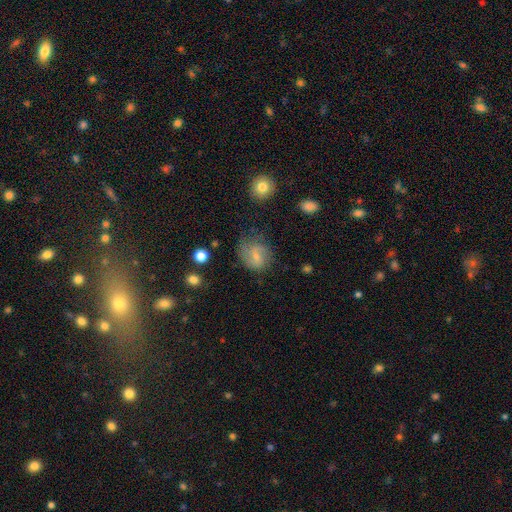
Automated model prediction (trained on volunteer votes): Morphology: type=smooth (54%); roundness=round (67%); merging=none (58%).